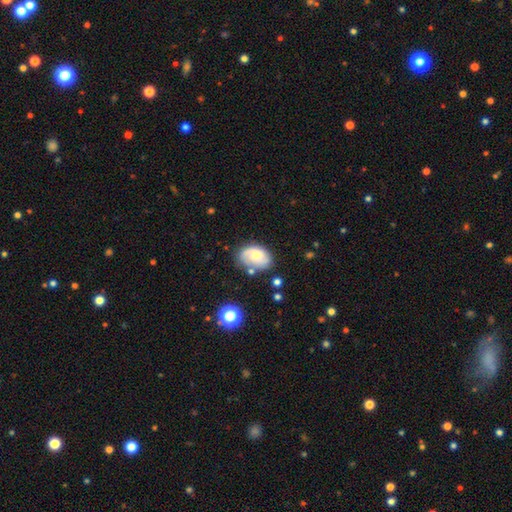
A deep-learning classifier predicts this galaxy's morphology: Smooth or featured? Predicted: smooth (p=0.54). How rounded? Predicted: in between (p=0.82). Merging? Predicted: none (p=0.60).